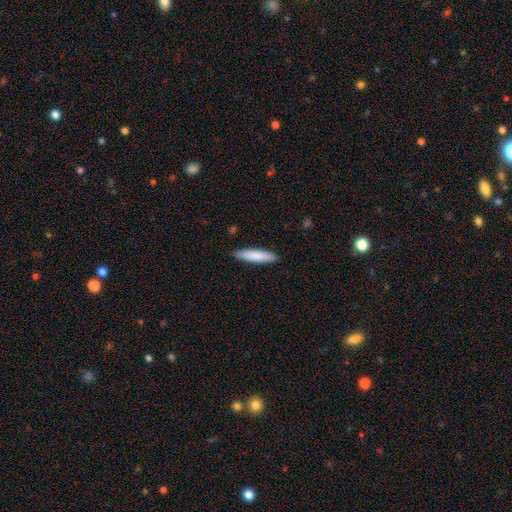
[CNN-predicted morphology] A smooth galaxy with no disk features (84%) that is cigar-shaped (80%). Merging: none (89%).